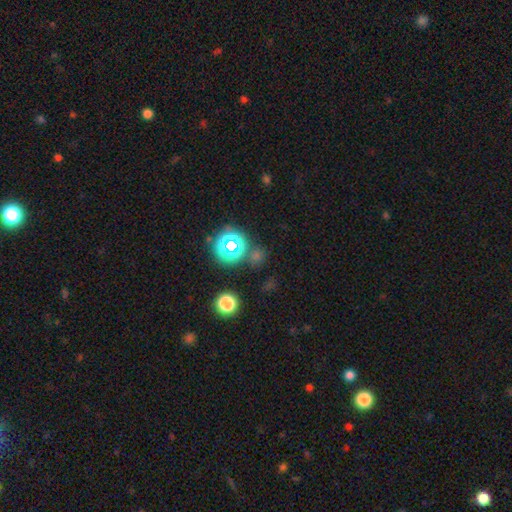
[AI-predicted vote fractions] The model was most divided on "smooth or featured": star or artifact: 53%, smooth: 39%, featured or disk: 8%.